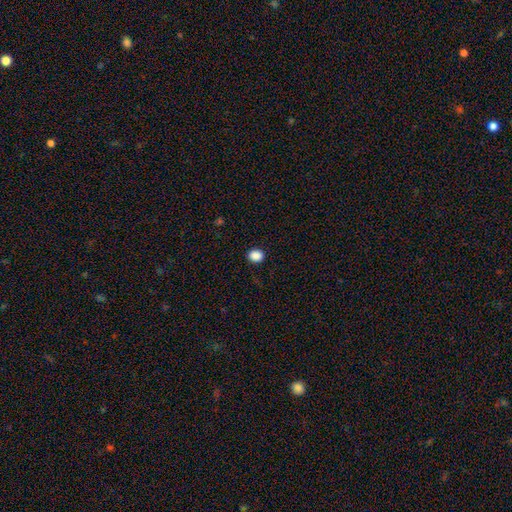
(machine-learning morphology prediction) A smooth galaxy with no disk features (88%) that is round (55%).

Vote fractions:
- Smooth or featured? smooth: 88% / star or artifact: 9% / featured or disk: 2%
- How rounded? round: 55% / in between: 44% / cigar-shaped: 1%
- Merging? none: 90% / minor disturbance: 7% / major disturbance: 2% / merger: 1%